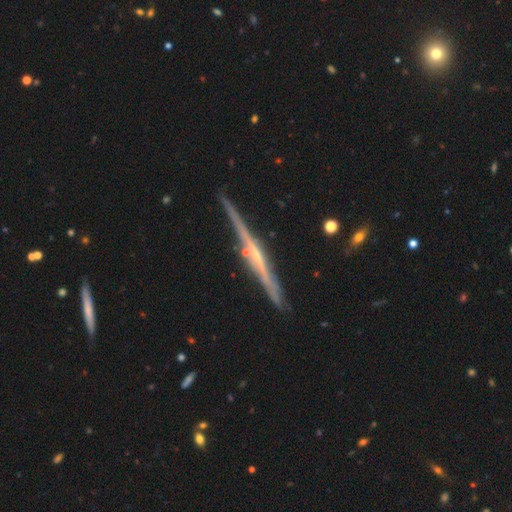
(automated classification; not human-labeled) Smooth or featured?
  - featured or disk: 83% *
  - smooth: 11%
  - star or artifact: 6%
Edge-on disk?
  - yes: 98% *
  - no: 2%
Edge-on bulge?
  - rounded: 49% *
  - none: 41%
  - boxy: 10%
Merging?
  - none: 84% *
  - minor disturbance: 11%
  - merger: 3%
  - major disturbance: 2%